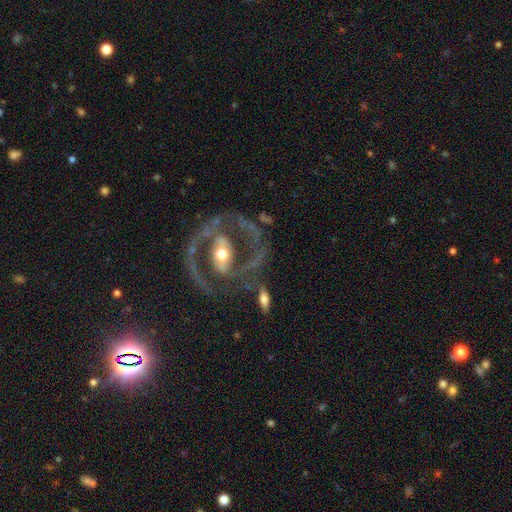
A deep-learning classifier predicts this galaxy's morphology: Smooth or featured: featured or disk — 85% (star or artifact — 8%)
Edge-on disk: no — 95% (yes — 5%)
Bar: strong — 47% (weak — 28%)
Spiral arms: yes — 78% (no — 22%)
Spiral winding: medium — 47% (tight — 37%)
Spiral arm count: 2 — 81% (can't tell — 8%)
Bulge size: moderate — 58% (small — 32%)
Merging: none — 67% (minor disturbance — 14%)